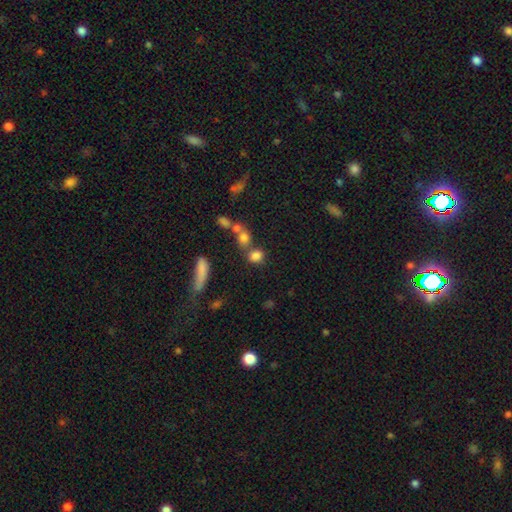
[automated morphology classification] smooth 78%, star or artifact 13%, featured or disk 9%. Down the decision tree: how rounded — round (54%); merging — none (53%).